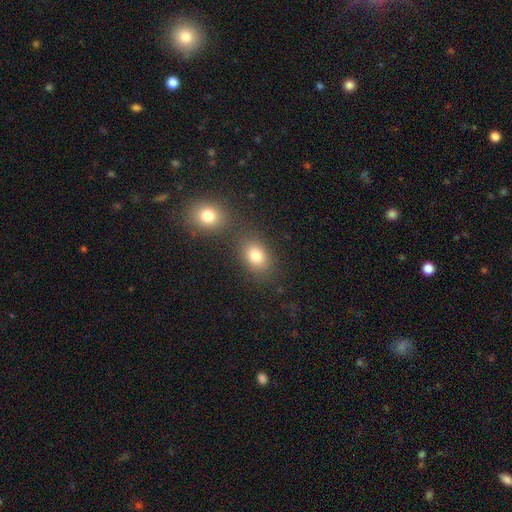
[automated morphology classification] A smooth galaxy with no disk features (80%) that is in between round and cigar-shaped (65%).

Vote fractions:
- Smooth or featured? smooth: 80% / star or artifact: 11% / featured or disk: 9%
- How rounded? in between: 65% / round: 33% / cigar-shaped: 1%
- Merging? none: 65% / merger: 20% / minor disturbance: 11% / major disturbance: 4%